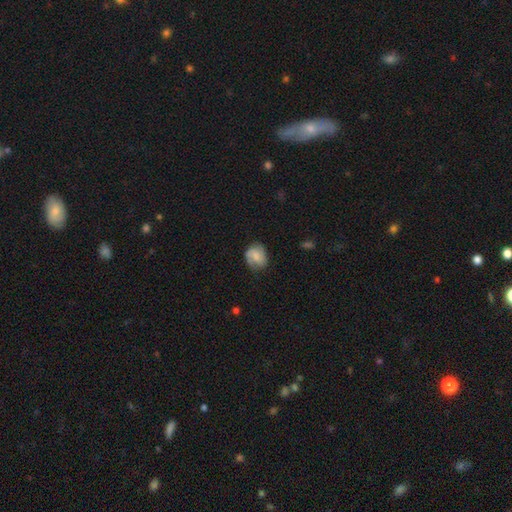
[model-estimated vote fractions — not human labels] Morphology: type=featured or disk (48%); merging=none (66%).